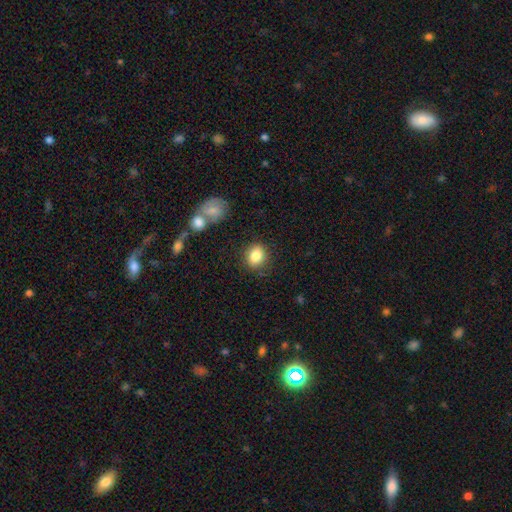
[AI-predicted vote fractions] Overall: smooth (85%). How rounded: round (56%; in between 43%). Merging: none (83%).